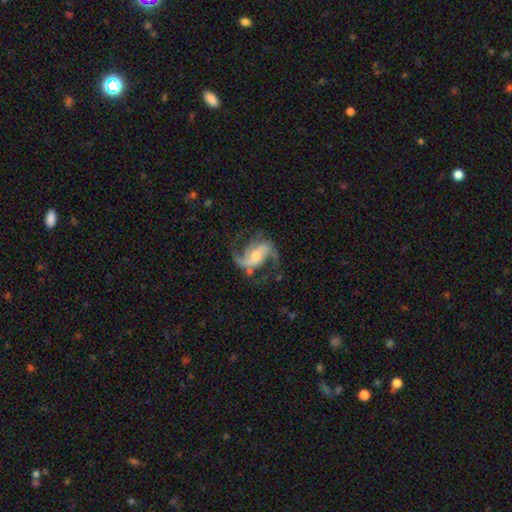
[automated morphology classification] Smooth or featured: featured or disk — 89% (smooth — 5%)
Edge-on disk: no — 97% (yes — 3%)
Bar: weak — 38% (strong — 32%)
Spiral arms: yes — 97% (no — 3%)
Spiral winding: medium — 45% (tied with loose — 45%)
Spiral arm count: 2 — 82% (3 — 8%)
Bulge size: moderate — 57% (small — 32%)
Merging: none — 68% (minor disturbance — 16%)